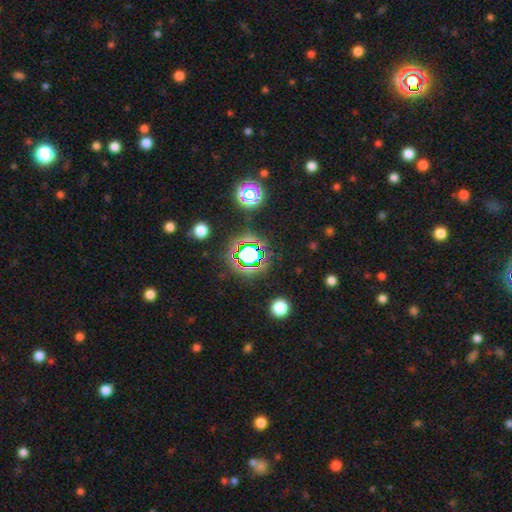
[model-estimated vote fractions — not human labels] star or artifact 65%, smooth 24%, featured or disk 11%.